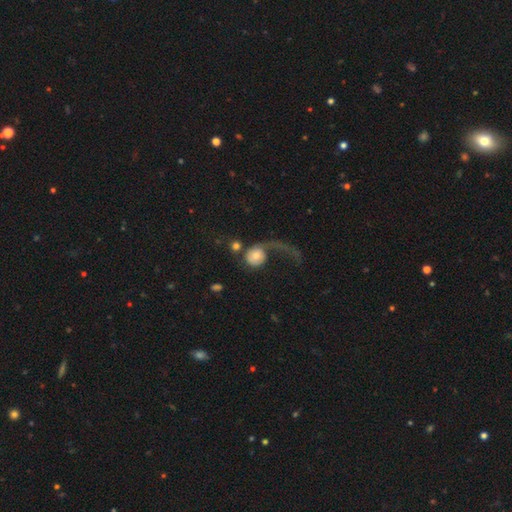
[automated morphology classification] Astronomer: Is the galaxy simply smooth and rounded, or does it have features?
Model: smooth — 54% (runner-up: featured or disk, 39%).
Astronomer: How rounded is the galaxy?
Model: round — 84%.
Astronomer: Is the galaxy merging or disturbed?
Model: major disturbance — 53%.